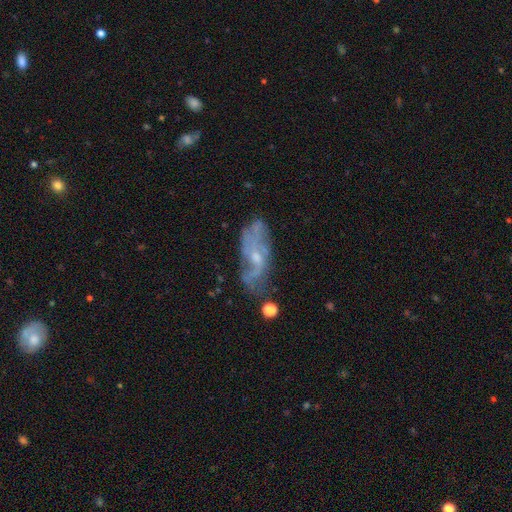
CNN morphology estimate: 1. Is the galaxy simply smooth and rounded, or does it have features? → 71% featured or disk, 20% smooth, 9% star or artifact.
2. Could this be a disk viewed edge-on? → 89% no, 11% yes.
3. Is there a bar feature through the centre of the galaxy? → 62% no, 33% weak, 6% strong.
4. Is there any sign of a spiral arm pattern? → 74% yes, 26% no.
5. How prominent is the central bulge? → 56% small, 35% moderate, 6% none, 2% large, 1% dominant.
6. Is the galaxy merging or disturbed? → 55% none, 25% minor disturbance, 16% major disturbance, 5% merger.